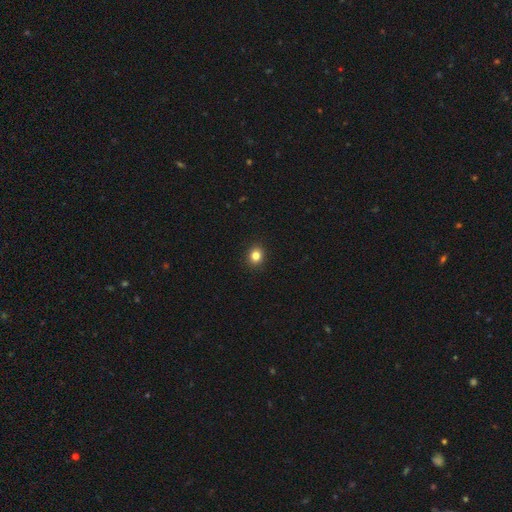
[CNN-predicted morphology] type=smooth (83%); roundness=round (76%); merging=none (92%).